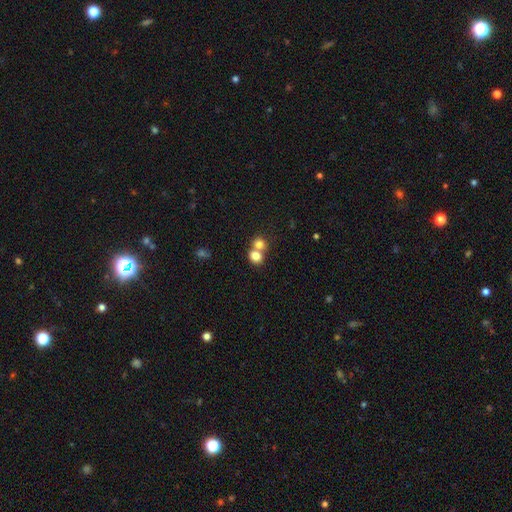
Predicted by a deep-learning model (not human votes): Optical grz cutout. It shows a smooth galaxy with no disk features (78%) that is round (67%). Merging: merger (58%).